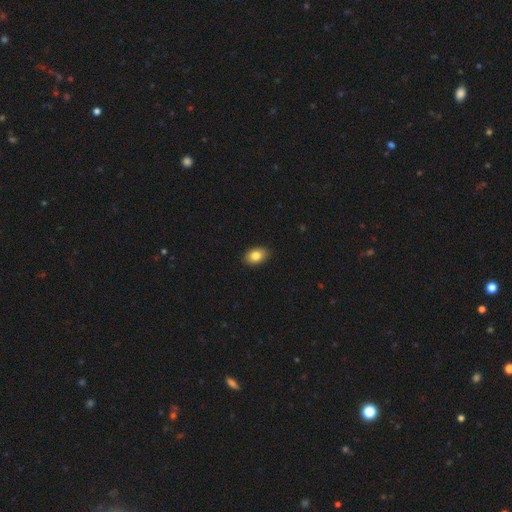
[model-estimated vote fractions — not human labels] smooth-or-featured: smooth: 83% | featured or disk: 8% | star or artifact: 8%
  how-rounded: in between: 83% | round: 16% | cigar-shaped: 1%
  merging: none: 90% | minor disturbance: 7% | major disturbance: 2% | merger: 1%